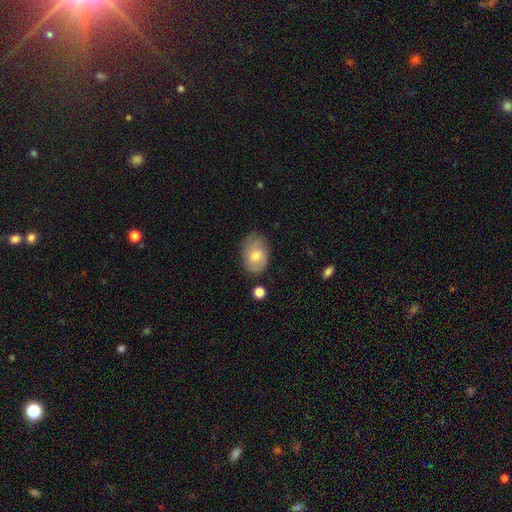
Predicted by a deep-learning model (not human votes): Q: Smooth or featured?
A: smooth (63%); runner-up: featured or disk (30%)
Q: How rounded?
A: in between (76%); runner-up: round (23%)
Q: Merging?
A: none (70%); runner-up: minor disturbance (22%)